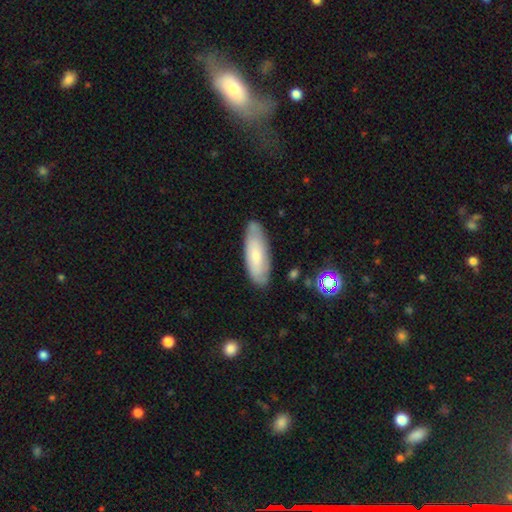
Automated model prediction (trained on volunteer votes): Overall: smooth (67%). How rounded: in between (64%; cigar-shaped 35%). Merging: none (79%).